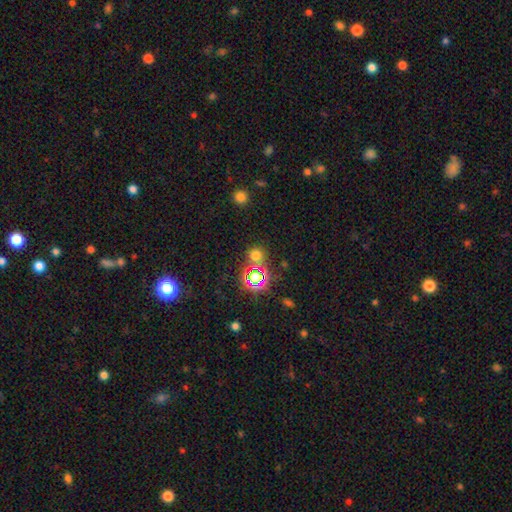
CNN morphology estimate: smooth 56%, star or artifact 38%, featured or disk 6%. Down the decision tree: how rounded — round (87%); merging — none (75%).